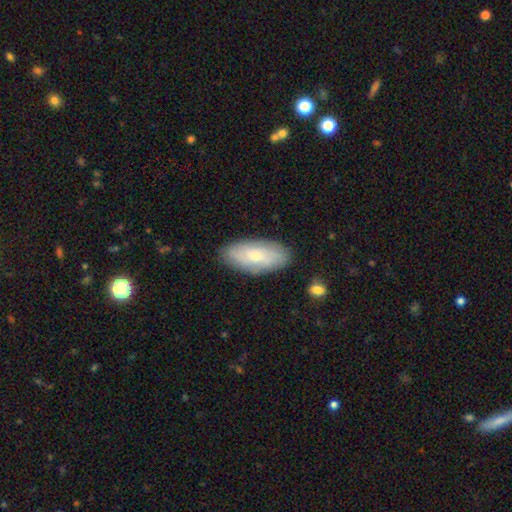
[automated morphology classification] Overall: smooth (58%; featured or disk 35%). How rounded: in between (89%). Merging: none (83%).